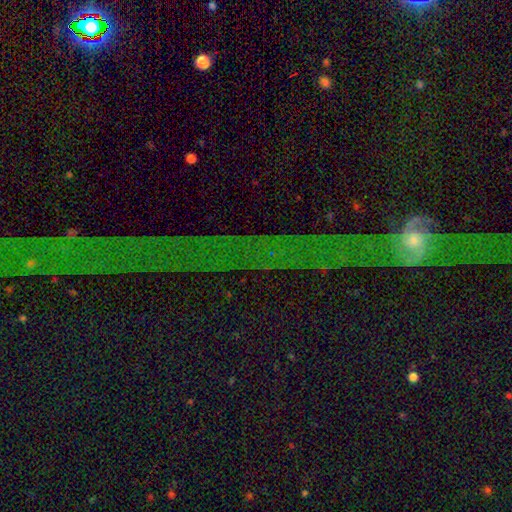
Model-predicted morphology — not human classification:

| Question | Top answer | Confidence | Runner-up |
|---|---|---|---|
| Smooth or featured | star or artifact | 66% | featured or disk (21%) |